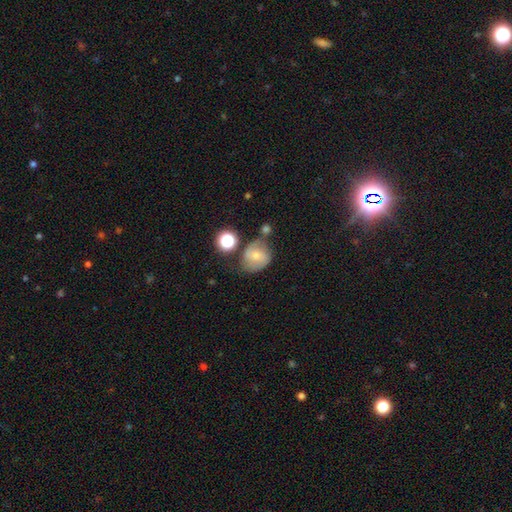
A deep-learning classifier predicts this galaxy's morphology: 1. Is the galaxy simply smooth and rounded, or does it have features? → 48% featured or disk, 40% smooth, 11% star or artifact.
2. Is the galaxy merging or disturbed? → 54% none, 24% minor disturbance, 13% merger, 9% major disturbance.